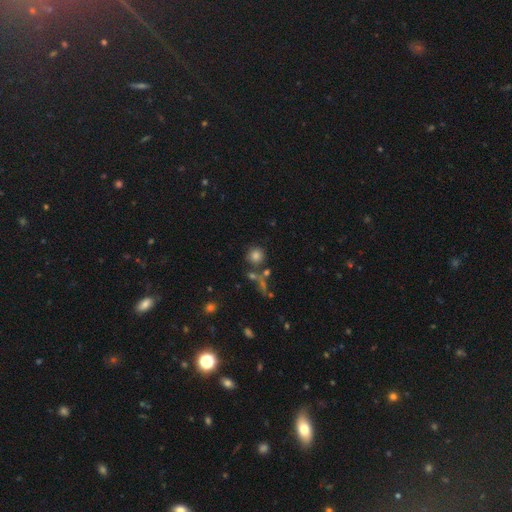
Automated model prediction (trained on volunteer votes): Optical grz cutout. It shows a smooth galaxy with no disk features (77%) that is round (91%). Merging: none (71%).